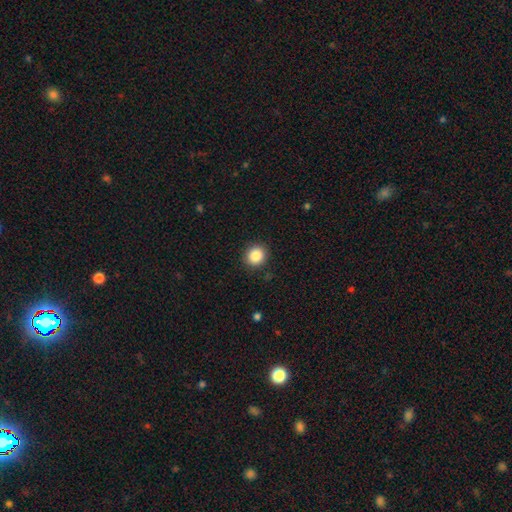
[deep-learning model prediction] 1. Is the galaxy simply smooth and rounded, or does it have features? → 86% smooth, 10% star or artifact, 5% featured or disk.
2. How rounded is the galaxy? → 83% round, 16% in between, 1% cigar-shaped.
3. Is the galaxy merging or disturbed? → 90% none, 7% minor disturbance, 2% major disturbance, 1% merger.